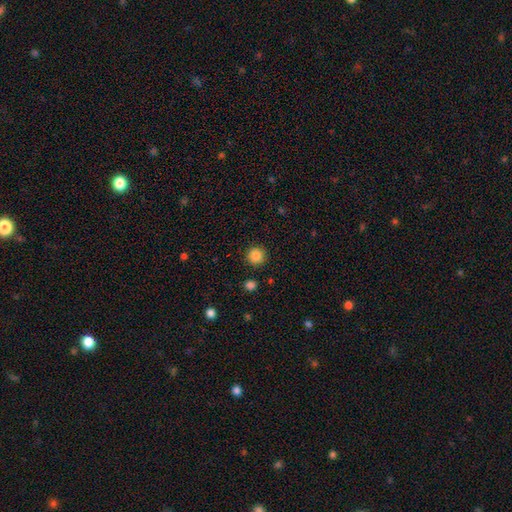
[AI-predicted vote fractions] smooth_or_featured: smooth (p=0.87) [alt: star or artifact p=0.10]
how_rounded: round (p=0.95) [alt: in between p=0.04]
merging: none (p=0.91) [alt: minor disturbance p=0.06]